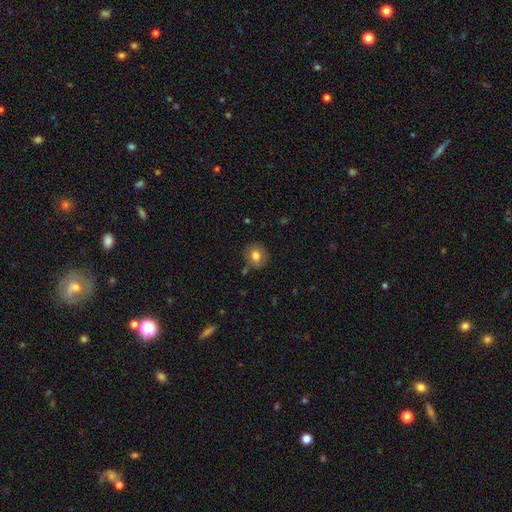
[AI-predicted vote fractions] A smooth galaxy with no disk features (79%) that is round (84%). Merging: none (82%).